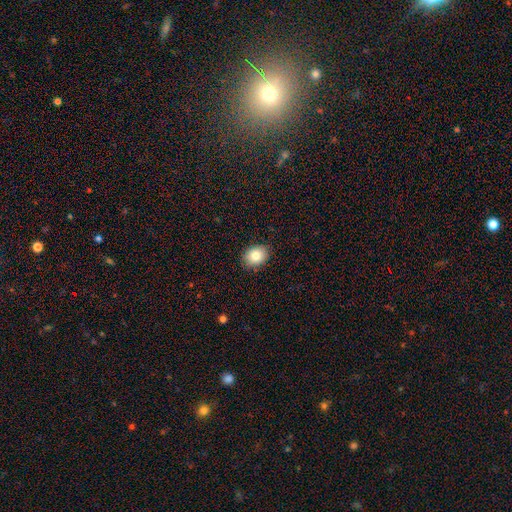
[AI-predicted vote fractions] Smooth or featured: smooth — 82% (featured or disk — 9%)
How rounded: in between — 60% (round — 39%)
Merging: none — 88% (minor disturbance — 9%)